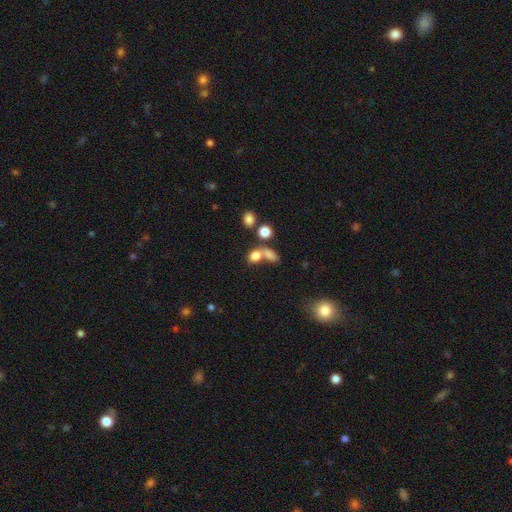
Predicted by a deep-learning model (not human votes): smooth_or_featured: smooth (p=0.77) [alt: star or artifact p=0.13]
how_rounded: in between (p=0.60) [alt: round p=0.37]
merging: merger (p=0.44) [alt: none p=0.38]